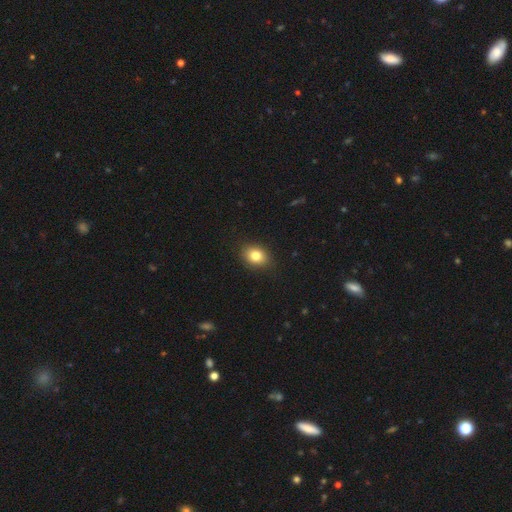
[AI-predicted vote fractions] Smooth or featured? smooth (82%)
How rounded? in between (63%)
Merging? none (87%)